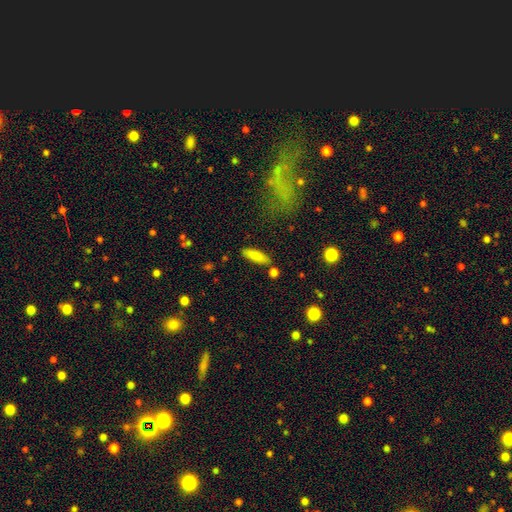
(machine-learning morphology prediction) A smooth galaxy with no disk features (85%) that is cigar-shaped (52%). Merging: none (81%).